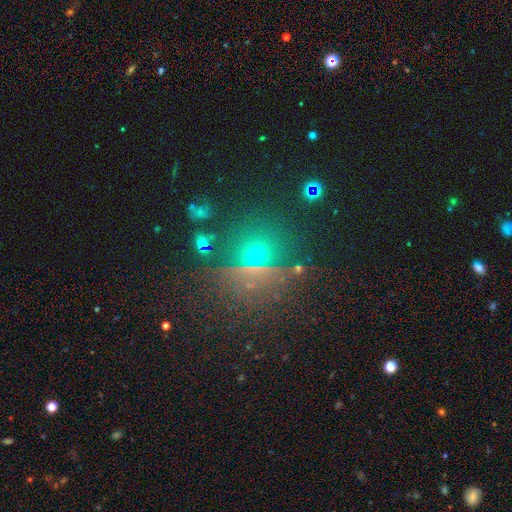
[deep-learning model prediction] Smooth or featured? Predicted: star or artifact (p=0.45).